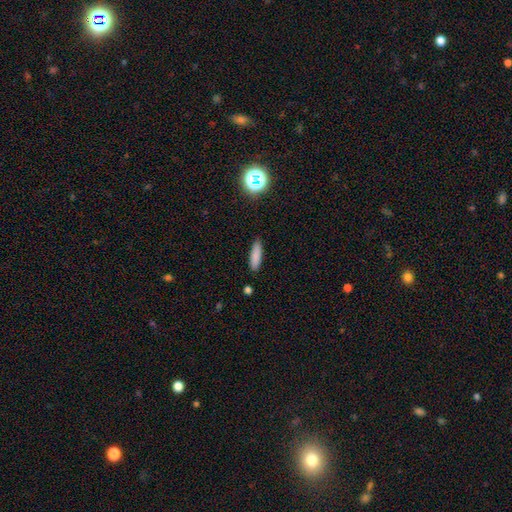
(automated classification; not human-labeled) smooth 84%, star or artifact 9%, featured or disk 7%. Down the decision tree: how rounded — cigar-shaped (65%); merging — none (86%).